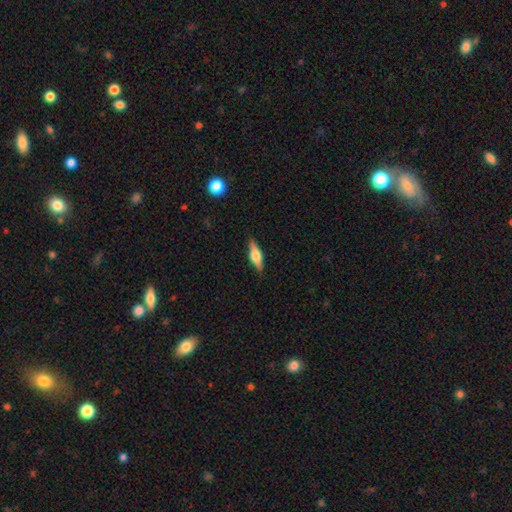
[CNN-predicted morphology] smooth-or-featured: featured or disk: 52% | smooth: 41% | star or artifact: 7%
  disk-edge-on: yes: 95% | no: 5%
  merging: none: 88% | minor disturbance: 9% | major disturbance: 2% | merger: 1%